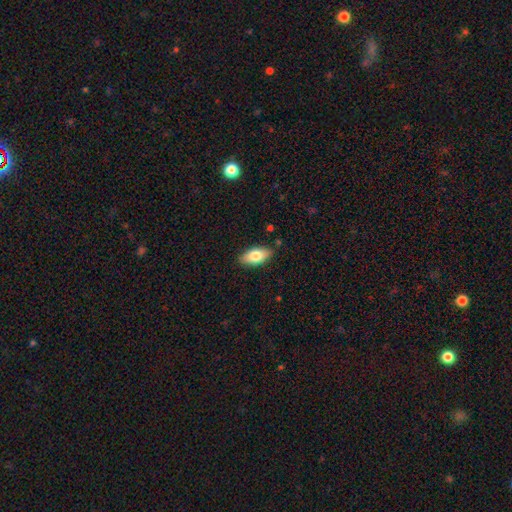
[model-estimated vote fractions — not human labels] Smooth or featured? Predicted: smooth (p=0.79). How rounded? Predicted: in between (p=0.91). Merging? Predicted: none (p=0.86).